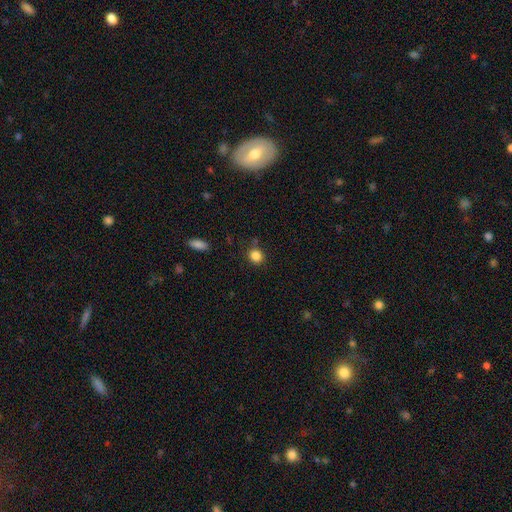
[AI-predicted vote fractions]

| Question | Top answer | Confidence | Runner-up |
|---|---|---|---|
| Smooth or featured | smooth | 85% | star or artifact (11%) |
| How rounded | round | 83% | in between (16%) |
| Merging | none | 82% | minor disturbance (11%) |